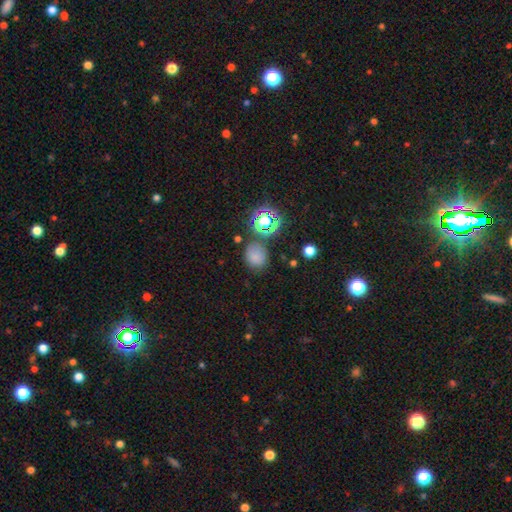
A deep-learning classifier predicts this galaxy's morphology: Smooth or featured?
  - smooth: 70% *
  - star or artifact: 23%
  - featured or disk: 7%
How rounded?
  - round: 69% *
  - in between: 30%
  - cigar-shaped: 1%
Merging?
  - none: 72% *
  - minor disturbance: 16%
  - merger: 7%
  - major disturbance: 5%